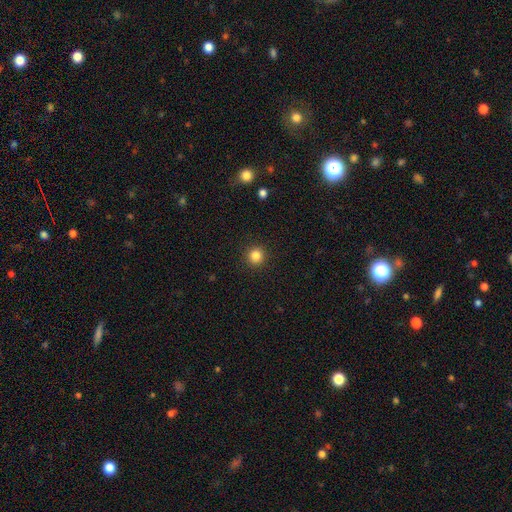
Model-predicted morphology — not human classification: Smooth or featured? Predicted: smooth (p=0.84). How rounded? Predicted: round (p=0.94). Merging? Predicted: none (p=0.92).